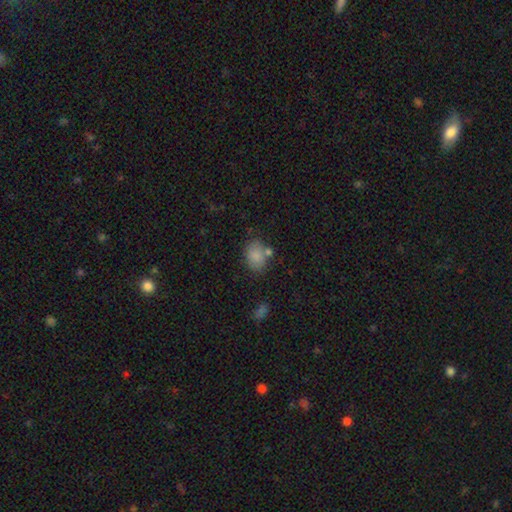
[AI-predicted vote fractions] smooth-or-featured: smooth: 83% | star or artifact: 9% | featured or disk: 8%
  how-rounded: in between: 66% | round: 32% | cigar-shaped: 1%
  merging: none: 63% | minor disturbance: 17% | merger: 14% | major disturbance: 6%